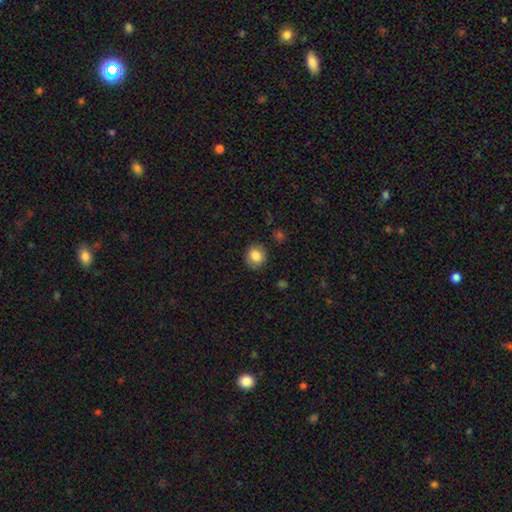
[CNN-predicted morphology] smooth-or-featured: smooth: 84% | star or artifact: 9% | featured or disk: 7%
  how-rounded: round: 83% | in between: 17% | cigar-shaped: 1%
  merging: none: 84% | minor disturbance: 12% | major disturbance: 3% | merger: 1%